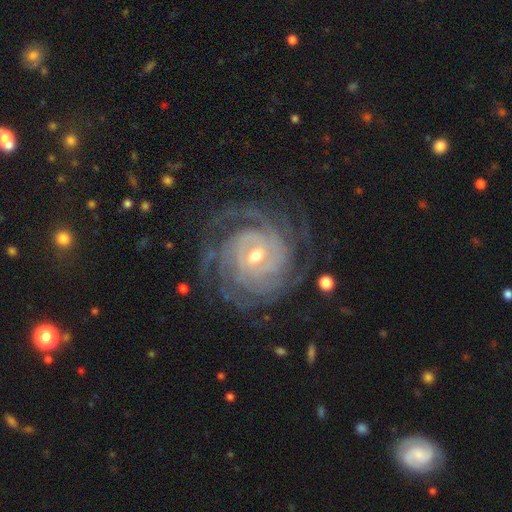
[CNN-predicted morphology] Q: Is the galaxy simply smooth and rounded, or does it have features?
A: featured or disk — 91%.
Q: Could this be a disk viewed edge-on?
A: no — 97%.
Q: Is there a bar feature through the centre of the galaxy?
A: weak — 42%.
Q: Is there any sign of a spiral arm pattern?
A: yes — 98%.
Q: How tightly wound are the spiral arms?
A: tight — 81%.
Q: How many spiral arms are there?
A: can't tell — 25%.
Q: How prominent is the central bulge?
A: moderate — 51%.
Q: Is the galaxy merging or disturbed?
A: none — 77%.